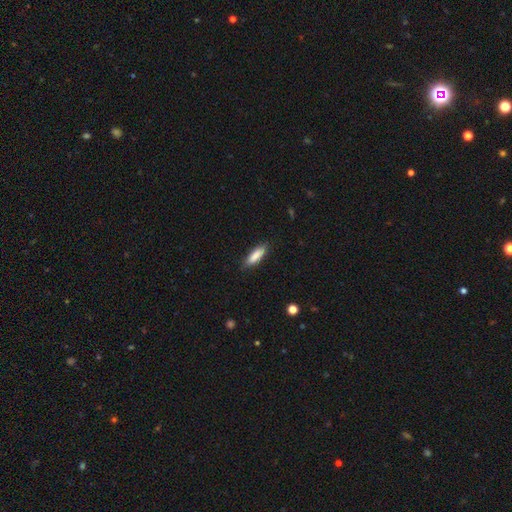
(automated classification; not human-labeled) smooth_or_featured: smooth (p=0.85) [alt: featured or disk p=0.09]
how_rounded: cigar-shaped (p=0.60) [alt: in between p=0.39]
merging: none (p=0.85) [alt: minor disturbance p=0.11]